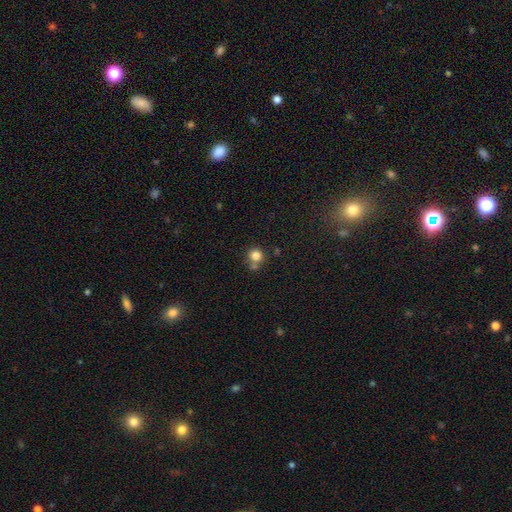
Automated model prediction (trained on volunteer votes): Smooth or featured? smooth (82%)
How rounded? round (90%)
Merging? none (62%)